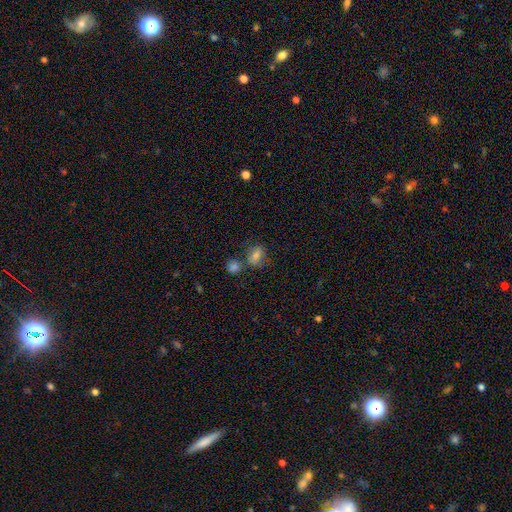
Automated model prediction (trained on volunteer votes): Overall: smooth (60%; featured or disk 21%). How rounded: in between (60%; round 36%). Merging: none (59%; merger 21%).